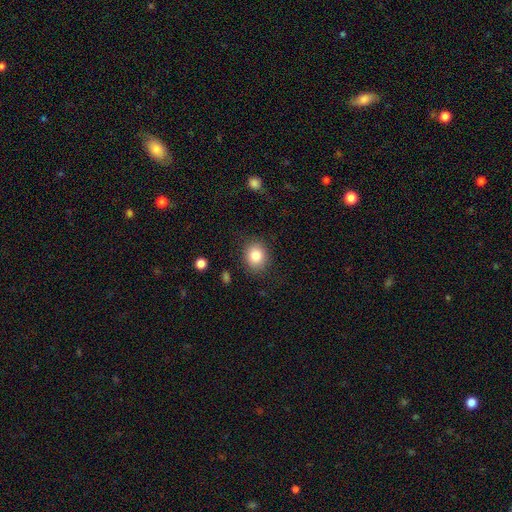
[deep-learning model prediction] smooth 83%, star or artifact 9%, featured or disk 7%. Down the decision tree: how rounded — round (66%); merging — none (85%).